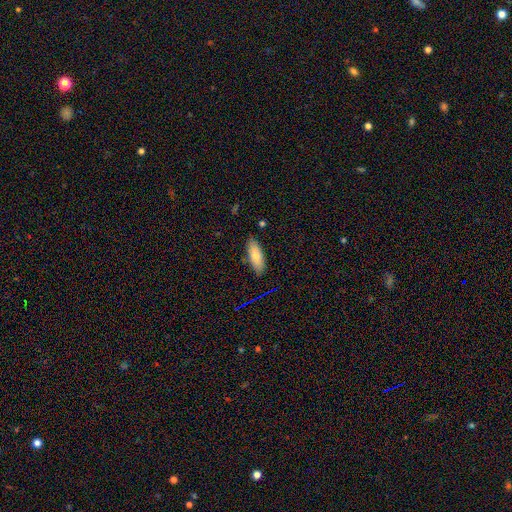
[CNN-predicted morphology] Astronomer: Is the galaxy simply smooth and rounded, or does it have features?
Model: smooth — 79%.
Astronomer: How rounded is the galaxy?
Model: in between — 71%.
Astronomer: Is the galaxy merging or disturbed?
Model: none — 83%.